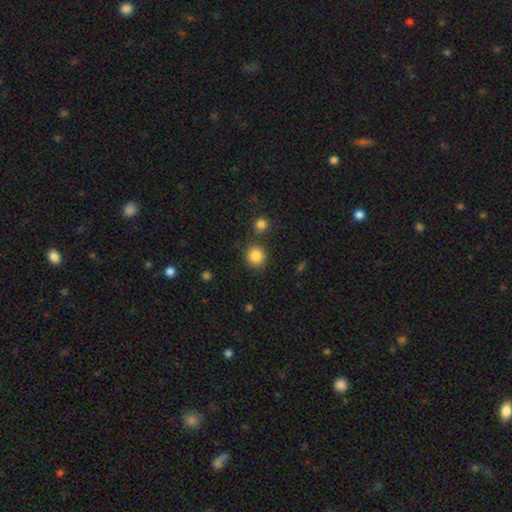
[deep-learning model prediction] Overall: smooth (85%). How rounded: round (89%). Merging: none (80%).